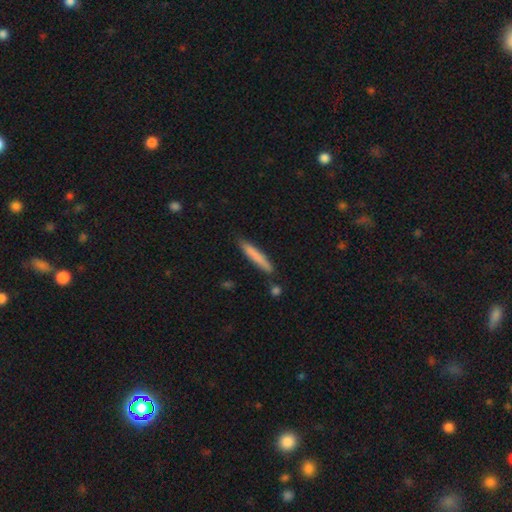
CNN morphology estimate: smooth_or_featured: smooth (p=0.77) [alt: featured or disk p=0.17]
how_rounded: cigar-shaped (p=0.94) [alt: in between p=0.05]
merging: none (p=0.83) [alt: minor disturbance p=0.12]